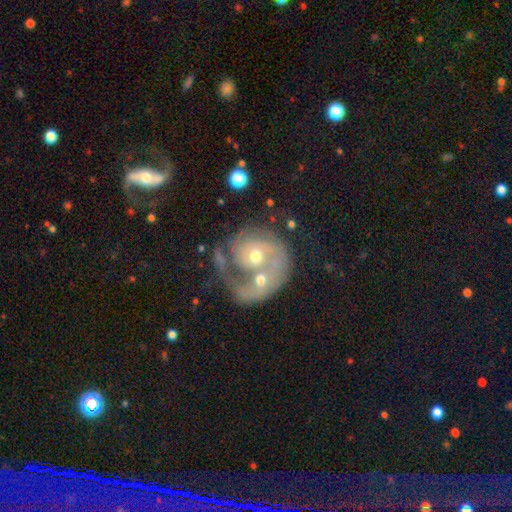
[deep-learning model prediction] Smooth or featured: featured or disk — 76% (smooth — 17%)
Edge-on disk: no — 97% (yes — 3%)
Bar: no — 76% (weak — 19%)
Spiral arms: yes — 77% (no — 23%)
Spiral winding: tight — 46% (medium — 32%)
Spiral arm count: 1 — 41% (2 — 31%)
Bulge size: moderate — 52% (small — 42%)
Merging: merger — 56% (none — 21%)